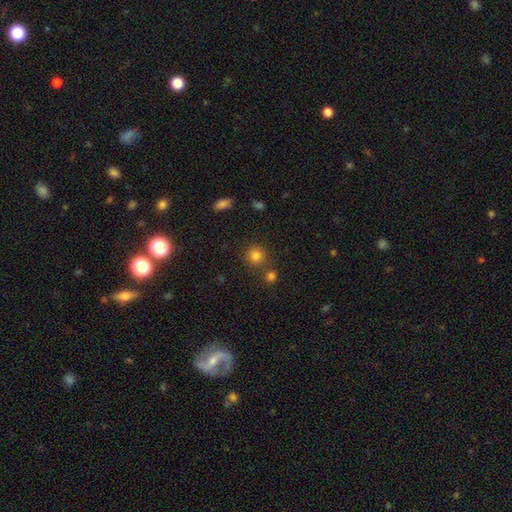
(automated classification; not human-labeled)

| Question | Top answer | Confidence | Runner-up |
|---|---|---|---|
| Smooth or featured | smooth | 81% | star or artifact (13%) |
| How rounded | round | 91% | in between (8%) |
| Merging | none | 72% | merger (16%) |